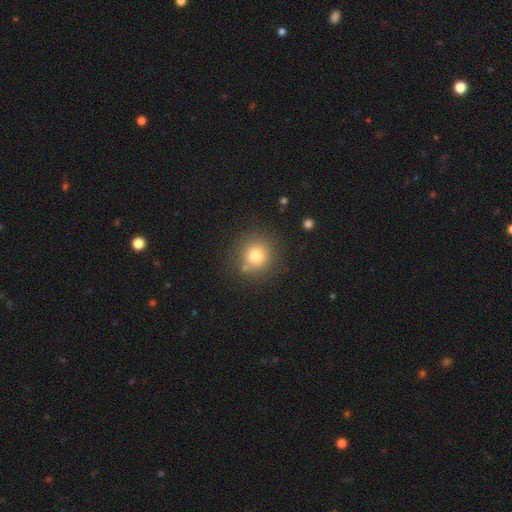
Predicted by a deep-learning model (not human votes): Overall: smooth (78%). How rounded: round (91%). Merging: none (79%).